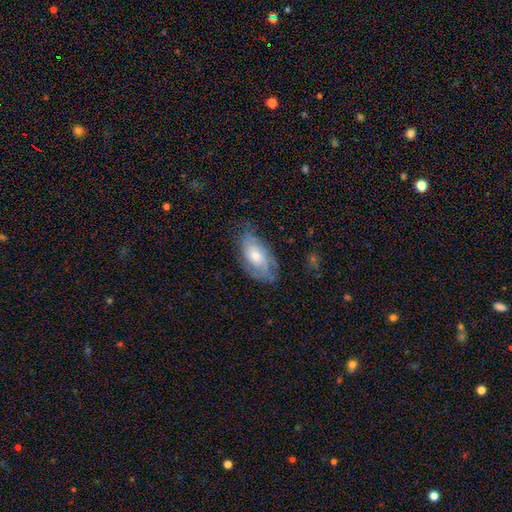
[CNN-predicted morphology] Smooth or featured: featured or disk — 52% (smooth — 41%)
Edge-on disk: no — 90% (yes — 10%)
Merging: none — 65% (minor disturbance — 25%)